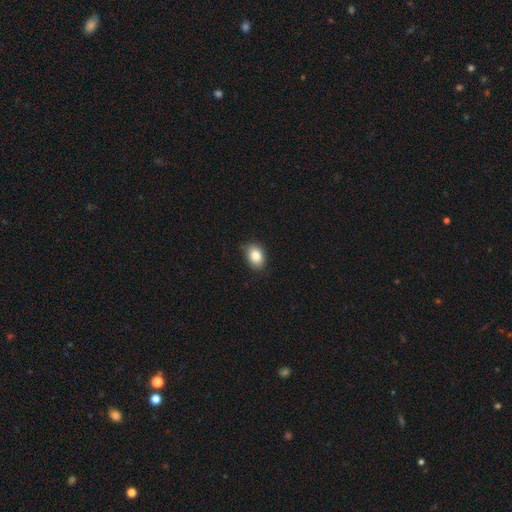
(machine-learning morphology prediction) smooth-or-featured: smooth: 84% | star or artifact: 8% | featured or disk: 7%
  how-rounded: in between: 75% | round: 24% | cigar-shaped: 1%
  merging: none: 84% | minor disturbance: 13% | major disturbance: 2% | merger: 1%